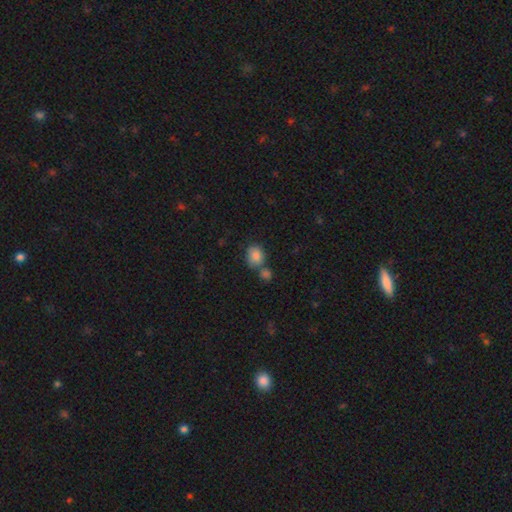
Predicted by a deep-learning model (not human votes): A smooth galaxy with no disk features (85%) that is round (57%). Merging: none (51%).